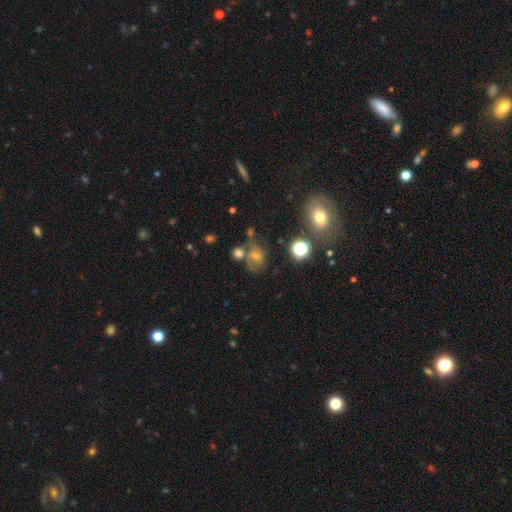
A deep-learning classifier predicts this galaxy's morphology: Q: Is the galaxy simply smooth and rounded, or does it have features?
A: featured or disk — 46%.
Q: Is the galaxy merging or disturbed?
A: none — 53%.